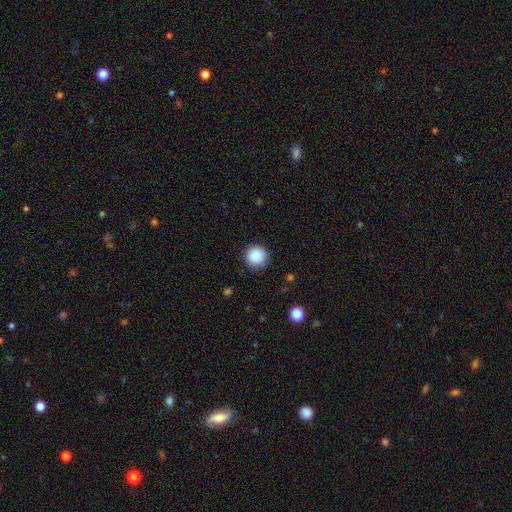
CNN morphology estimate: This appears to be a smooth galaxy with no disk features (88%) that is round (95%). Merging: none (89%).